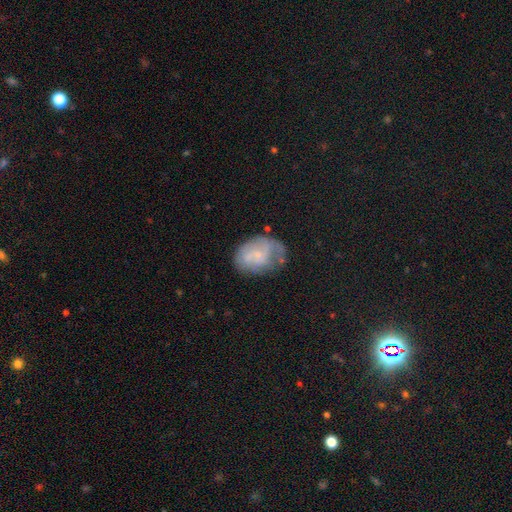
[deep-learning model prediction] smooth_or_featured: smooth (p=0.48) [alt: featured or disk p=0.43]
merging: none (p=0.43) [alt: minor disturbance p=0.32]